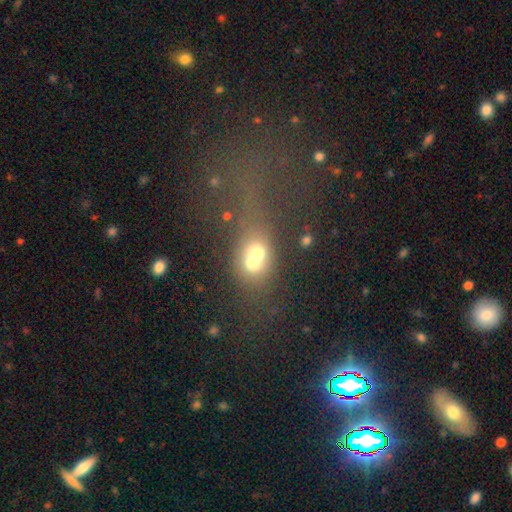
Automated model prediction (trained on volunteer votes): Morphology: type=smooth (54%); roundness=round (51%); merging=merger (67%).